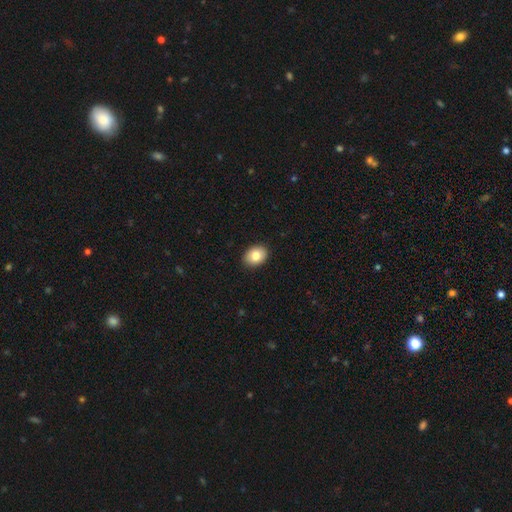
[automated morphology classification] smooth_or_featured: smooth (p=0.82) [alt: featured or disk p=0.09]
how_rounded: in between (p=0.68) [alt: round p=0.31]
merging: none (p=0.90) [alt: minor disturbance p=0.07]